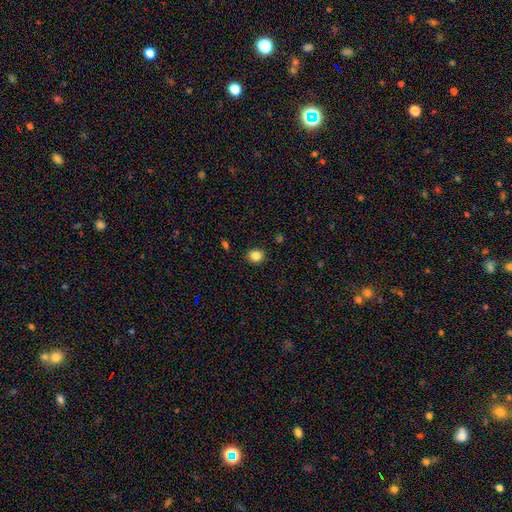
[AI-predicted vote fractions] This appears to be a smooth galaxy with no disk features (84%) that is round (80%). Merging: none (91%).